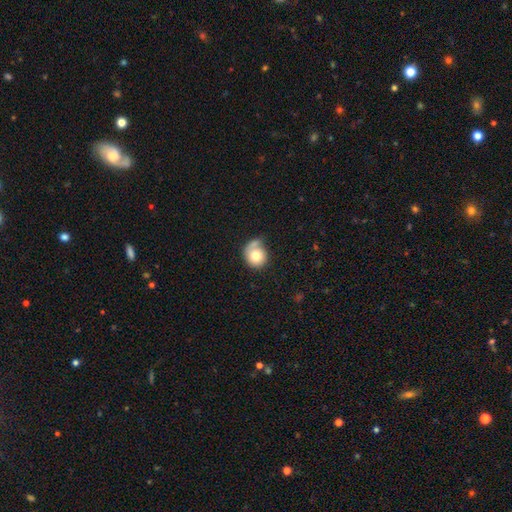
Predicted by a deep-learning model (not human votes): Overall: smooth (74%). How rounded: round (83%). Merging: none (46%; minor disturbance 26%).